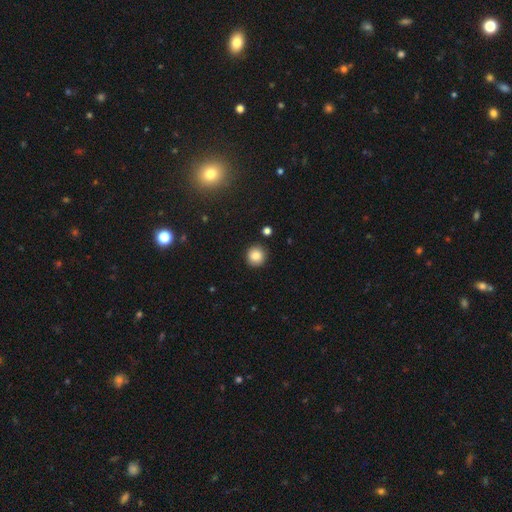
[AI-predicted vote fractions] Smooth or featured?
  - smooth: 86% *
  - star or artifact: 10%
  - featured or disk: 5%
How rounded?
  - round: 93% *
  - in between: 6%
  - cigar-shaped: 1%
Merging?
  - none: 90% *
  - minor disturbance: 6%
  - major disturbance: 2%
  - merger: 2%